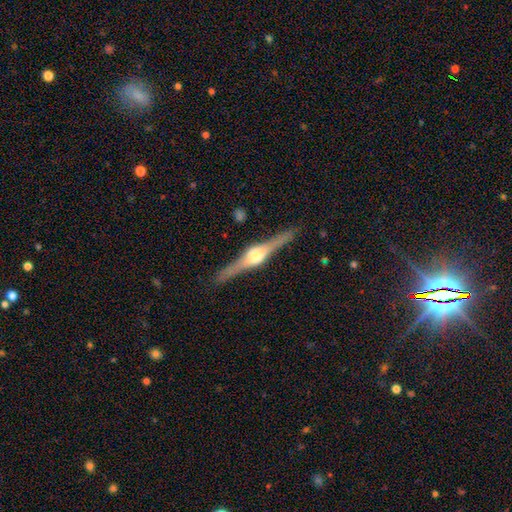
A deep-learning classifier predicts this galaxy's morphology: Overall: featured or disk (84%). Edge-on disk: yes (98%). Edge-on bulge: rounded (91%). Merging: none (89%).